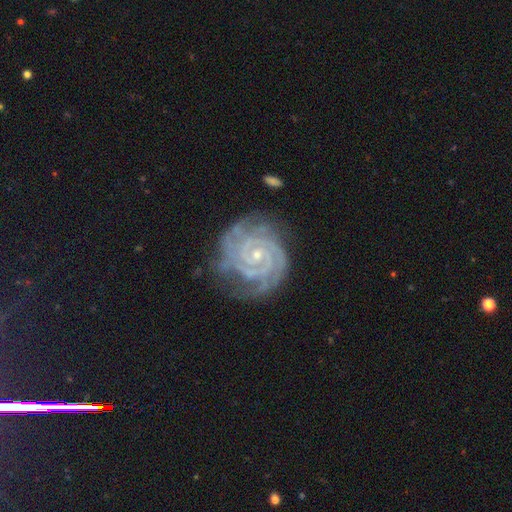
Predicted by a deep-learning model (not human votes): Overall: featured or disk (92%). Edge-on disk: no (98%). Bar: no (64%; weak 25%). Spiral arms: yes (99%). Spiral arm count: 2 (32%; 3 27%). Spiral winding: tight (84%). Bulge size: small (79%). Merging: none (73%).